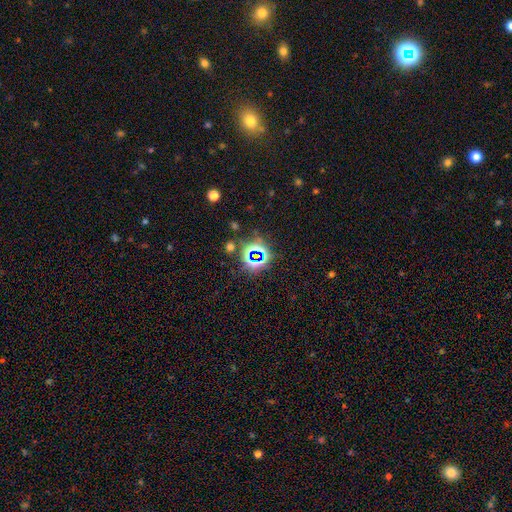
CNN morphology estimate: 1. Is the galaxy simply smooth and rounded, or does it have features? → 72% star or artifact, 19% smooth, 9% featured or disk.